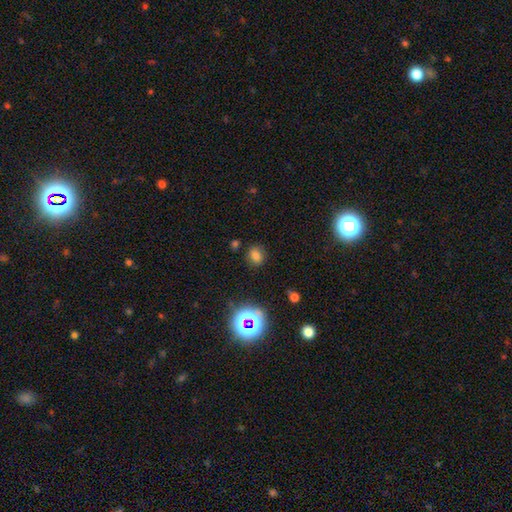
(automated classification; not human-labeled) Overall: smooth (69%). How rounded: round (56%; in between 43%). Merging: none (81%).